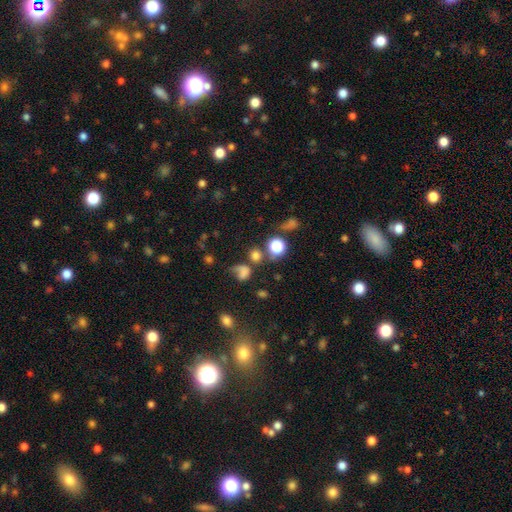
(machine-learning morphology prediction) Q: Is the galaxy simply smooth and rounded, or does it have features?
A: smooth — 66%.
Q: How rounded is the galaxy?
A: round — 76%.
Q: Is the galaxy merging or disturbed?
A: none — 49%.